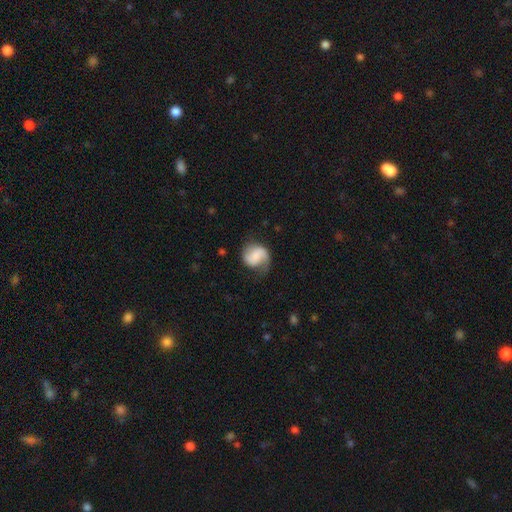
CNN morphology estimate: Smooth or featured? Predicted: featured or disk (p=0.64). Edge-on disk? Predicted: no (p=0.98). Bar? Predicted: no (p=0.48). Spiral arms? Predicted: yes (p=0.93). Spiral winding? Predicted: medium (p=0.42). Spiral arm count? Predicted: 2 (p=0.73). Bulge size? Predicted: none (p=0.33). Merging? Predicted: none (p=0.61).